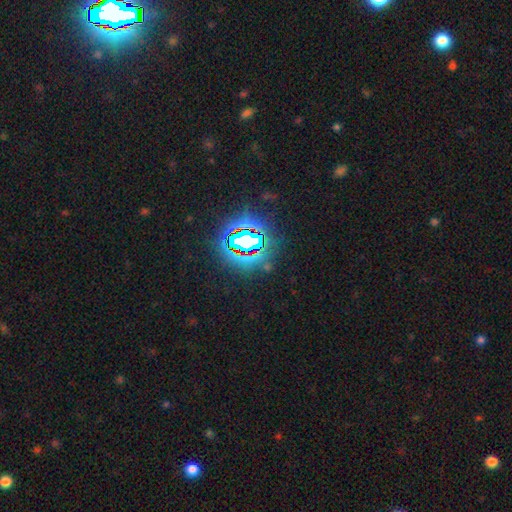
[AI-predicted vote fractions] Smooth or featured?
  - star or artifact: 85% *
  - smooth: 9%
  - featured or disk: 6%